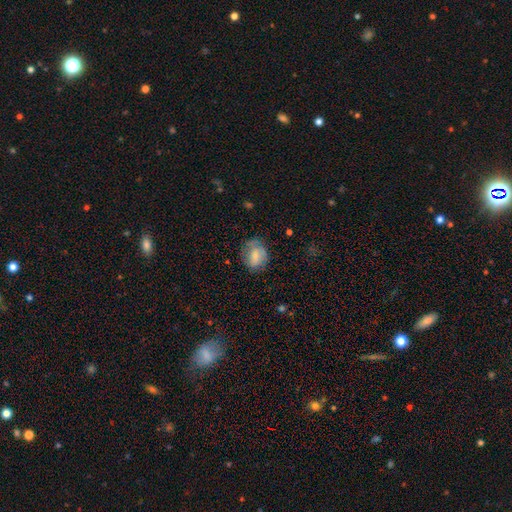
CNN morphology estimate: smooth-or-featured: smooth: 72% | featured or disk: 20% | star or artifact: 8%
  how-rounded: round: 50% | in between: 49% | cigar-shaped: 1%
  merging: none: 65% | minor disturbance: 24% | major disturbance: 9% | merger: 2%